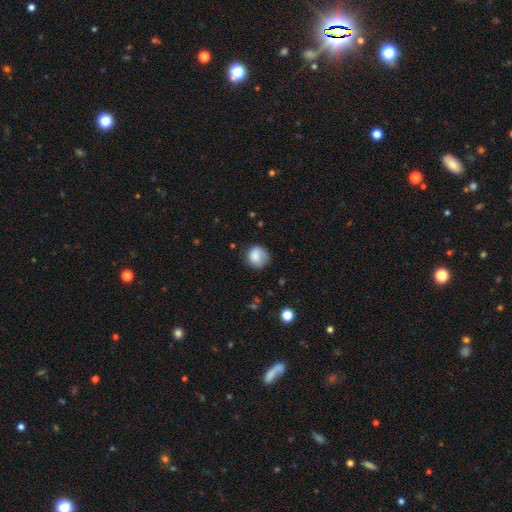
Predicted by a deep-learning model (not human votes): smooth_or_featured: smooth (p=0.80) [alt: featured or disk p=0.12]
how_rounded: round (p=0.86) [alt: in between p=0.13]
merging: none (p=0.69) [alt: minor disturbance p=0.22]